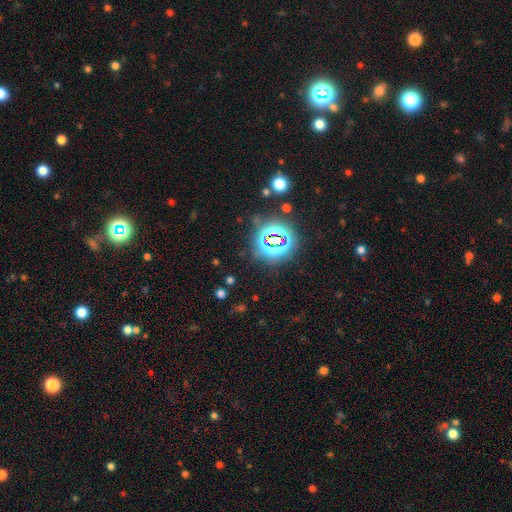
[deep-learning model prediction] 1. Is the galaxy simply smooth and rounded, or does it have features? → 78% star or artifact, 14% smooth, 8% featured or disk.